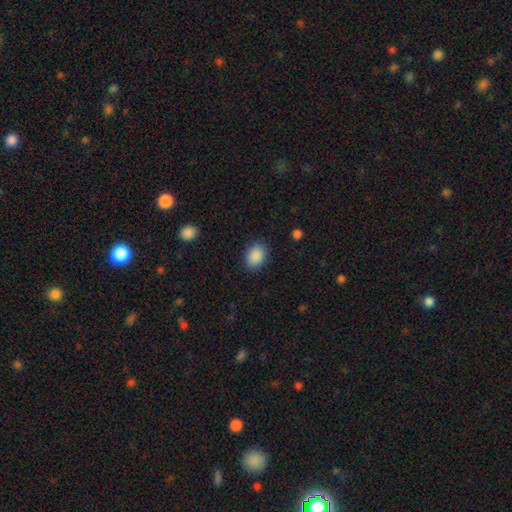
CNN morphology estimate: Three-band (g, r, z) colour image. It shows a smooth galaxy with no disk features (89%) that is in between round and cigar-shaped (65%). Merging: none (86%).